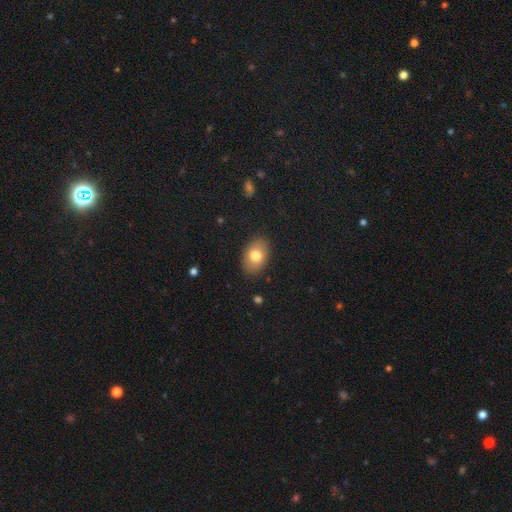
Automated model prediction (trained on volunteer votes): smooth_or_featured: smooth (p=0.77) [alt: featured or disk p=0.14]
how_rounded: in between (p=0.83) [alt: round p=0.16]
merging: none (p=0.86) [alt: minor disturbance p=0.10]